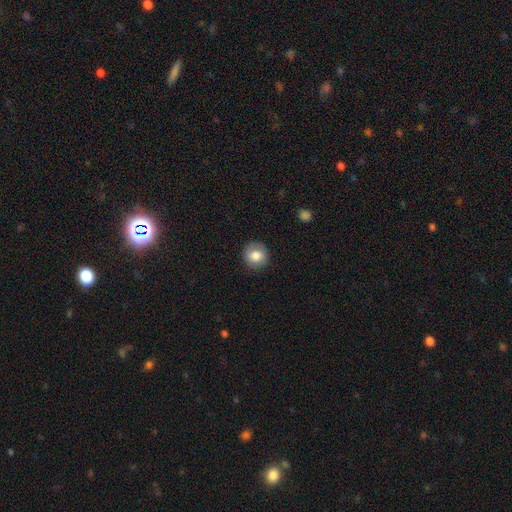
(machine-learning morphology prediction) Smooth or featured? Predicted: smooth (p=0.81). How rounded? Predicted: round (p=0.90). Merging? Predicted: none (p=0.85).